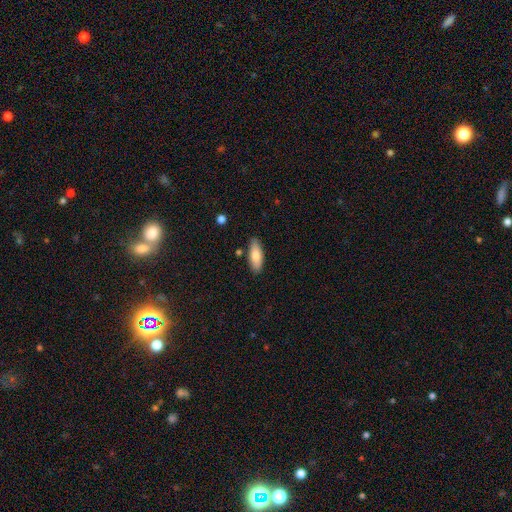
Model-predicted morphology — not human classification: smooth 80%, featured or disk 14%, star or artifact 6%. Down the decision tree: how rounded — in between (70%); merging — none (85%).